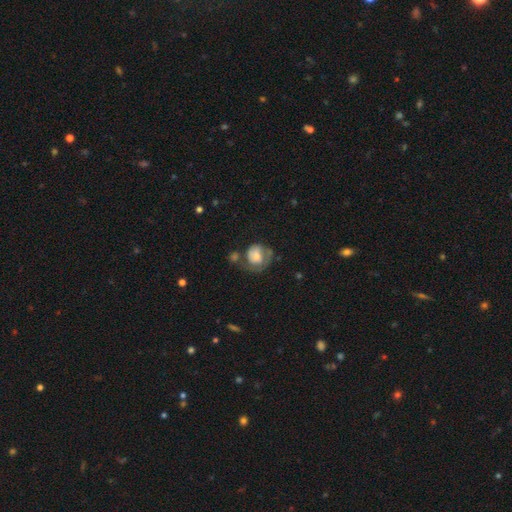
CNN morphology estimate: A smooth galaxy with no disk features (52%) that is round (66%). Merging: none (35%).